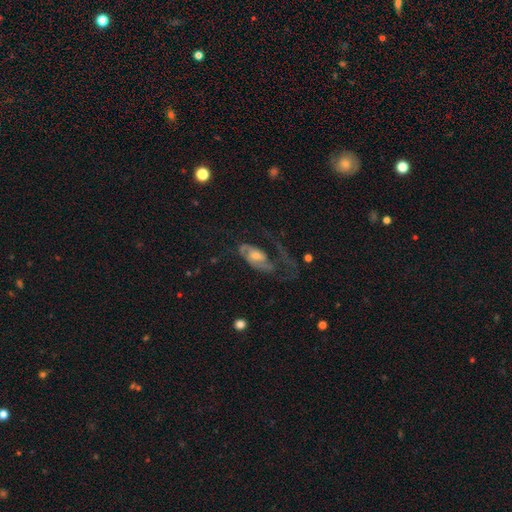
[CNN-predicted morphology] Smooth or featured?
  - featured or disk: 73% *
  - smooth: 19%
  - star or artifact: 8%
Edge-on disk?
  - no: 93% *
  - yes: 7%
Bar?
  - no: 63% *
  - weak: 29%
  - strong: 8%
Spiral arms?
  - yes: 82% *
  - no: 18%
Spiral winding?
  - medium: 41% *
  - loose: 34%
  - tight: 25%
Spiral arm count?
  - 2: 49% *
  - 1: 30%
  - can't tell: 15%
  - 3: 3%
  - 4: 2%
  - more than 4: 2%
Bulge size?
  - moderate: 55% *
  - small: 35%
  - large: 6%
  - none: 3%
  - dominant: 1%
Merging?
  - major disturbance: 47% *
  - none: 34%
  - minor disturbance: 16%
  - merger: 3%